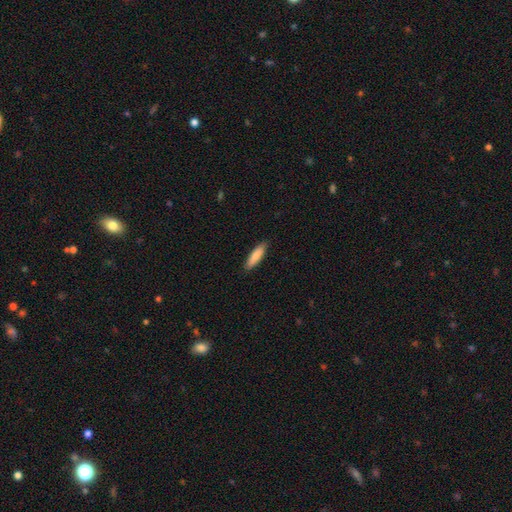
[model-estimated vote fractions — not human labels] The model was most divided on "how rounded": cigar-shaped: 65%, in between: 33%, round: 1%. More confident: merging — none (88%); smooth or featured — smooth (84%).